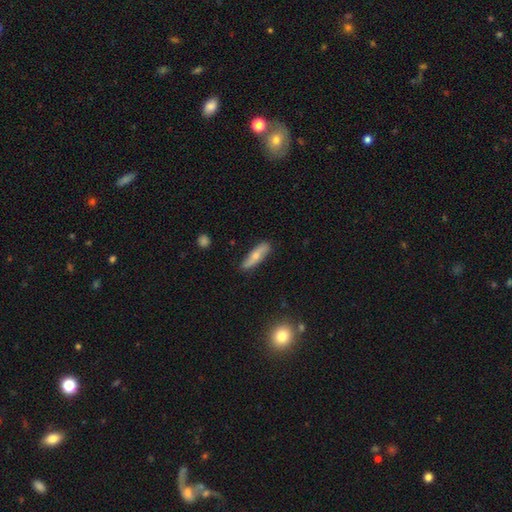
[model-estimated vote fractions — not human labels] Q: Smooth or featured?
A: smooth (54%); runner-up: featured or disk (41%)
Q: How rounded?
A: cigar-shaped (61%); runner-up: in between (36%)
Q: Merging?
A: none (82%); runner-up: minor disturbance (14%)